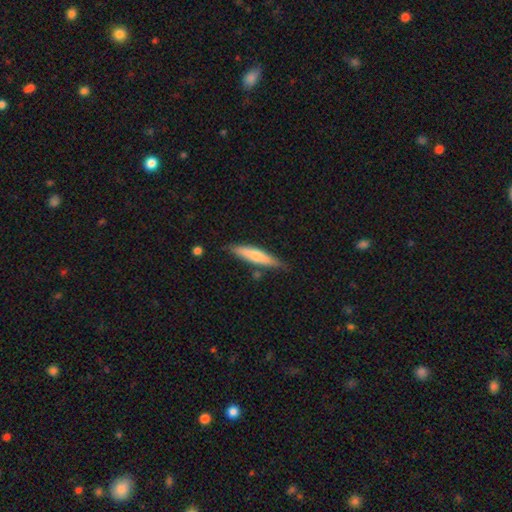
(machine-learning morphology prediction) This is likely a smooth galaxy (62%). How rounded: clearly cigar-shaped (85%). Merging: likely none (79%).